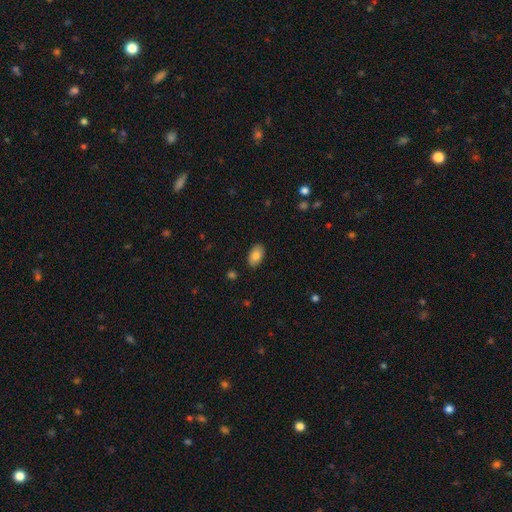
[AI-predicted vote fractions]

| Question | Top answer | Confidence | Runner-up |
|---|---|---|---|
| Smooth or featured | smooth | 82% | featured or disk (11%) |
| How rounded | in between | 94% | round (5%) |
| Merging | none | 88% | minor disturbance (9%) |